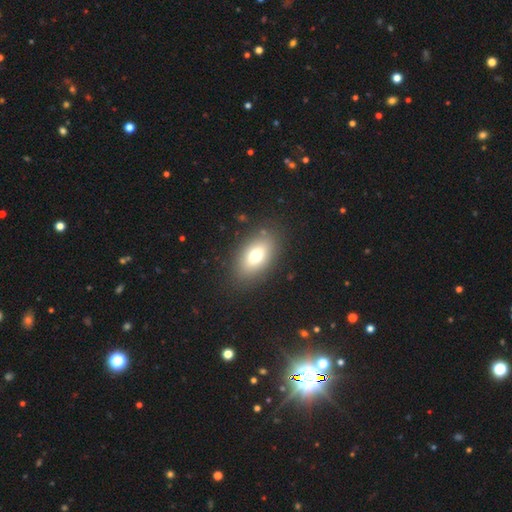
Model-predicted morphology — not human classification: This is likely a smooth galaxy (72%). How rounded: clearly in between (89%). Merging: clearly none (85%).